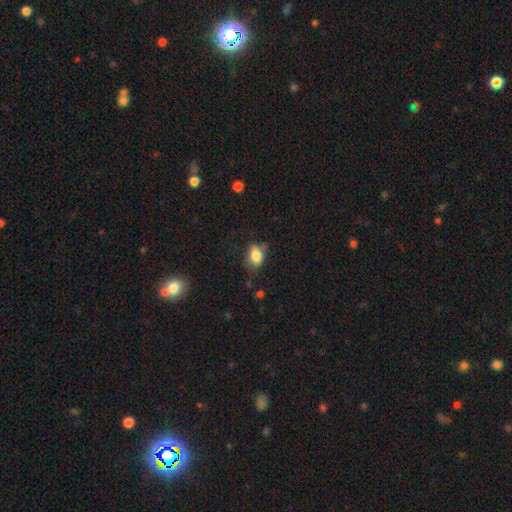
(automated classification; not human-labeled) Smooth or featured? Predicted: smooth (p=0.82). How rounded? Predicted: in between (p=0.76). Merging? Predicted: none (p=0.57).